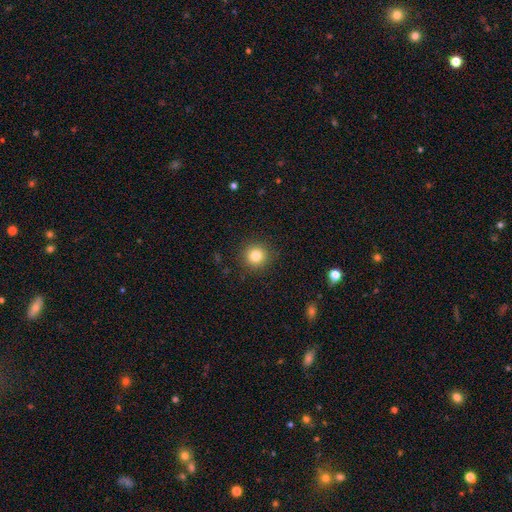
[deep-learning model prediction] The model was most divided on "smooth or featured": smooth: 82%, star or artifact: 11%, featured or disk: 6%. More confident: how rounded — round (94%); merging — none (91%).